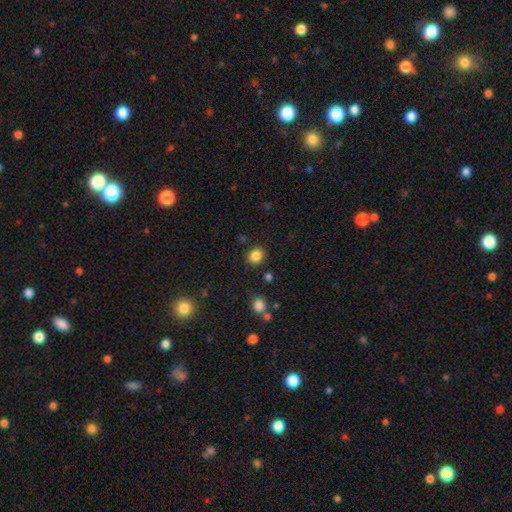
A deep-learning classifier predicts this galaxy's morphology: Smooth or featured: smooth — 85% (star or artifact — 11%)
How rounded: round — 76% (in between — 23%)
Merging: none — 86% (minor disturbance — 8%)